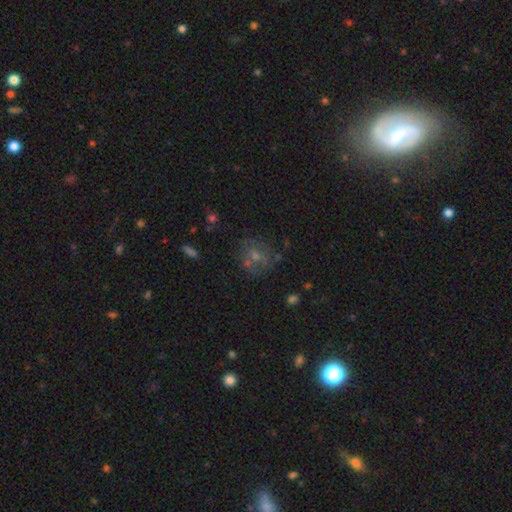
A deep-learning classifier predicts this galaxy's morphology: smooth-or-featured: smooth: 41% | star or artifact: 31% | featured or disk: 28%
  merging: none: 68% | minor disturbance: 15% | merger: 9% | major disturbance: 8%